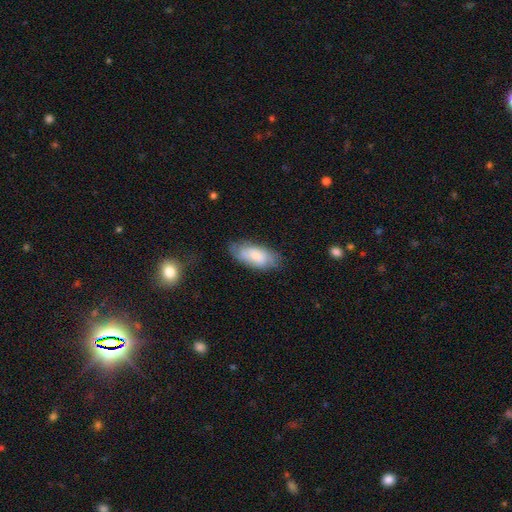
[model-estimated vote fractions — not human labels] A smooth galaxy with no disk features (62%) that is in between round and cigar-shaped (89%). Merging: none (69%).